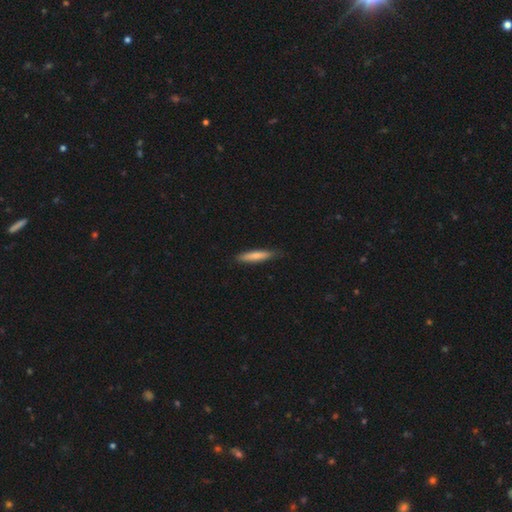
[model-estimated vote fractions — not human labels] Overall: smooth (75%). How rounded: cigar-shaped (86%). Merging: none (83%).